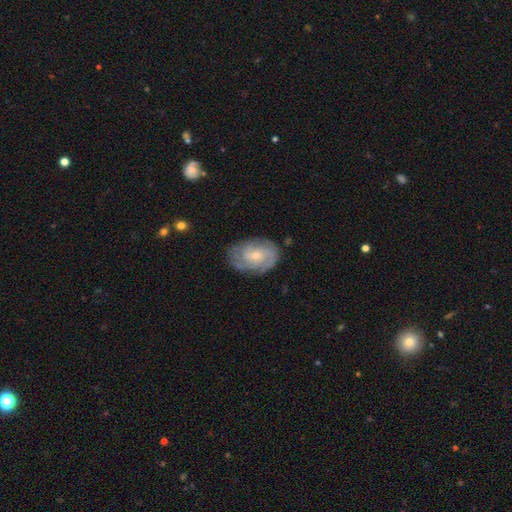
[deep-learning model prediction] A featured or disk galaxy (79%) with no bar (67%), 3 (29%) tight (58%) spiral arms (94%) and a small central bulge (64%). Merging: none (74%).